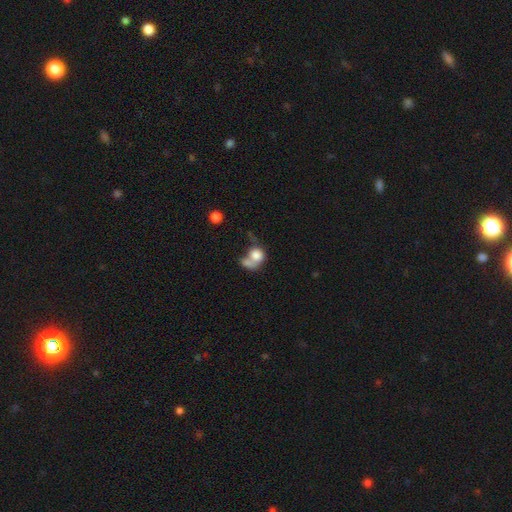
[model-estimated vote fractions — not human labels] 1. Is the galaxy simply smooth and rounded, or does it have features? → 75% smooth, 16% featured or disk, 9% star or artifact.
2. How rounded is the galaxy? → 60% round, 39% in between, 2% cigar-shaped.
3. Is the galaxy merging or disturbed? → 51% merger, 21% none, 17% major disturbance, 10% minor disturbance.